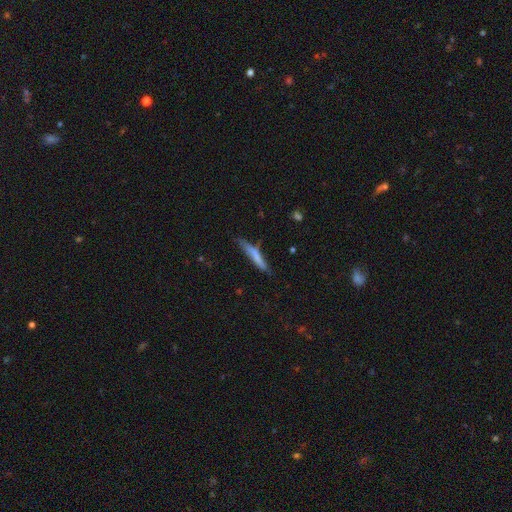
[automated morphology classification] smooth_or_featured: smooth (p=0.67) [alt: featured or disk p=0.27]
how_rounded: cigar-shaped (p=0.92) [alt: in between p=0.07]
merging: none (p=0.62) [alt: minor disturbance p=0.28]